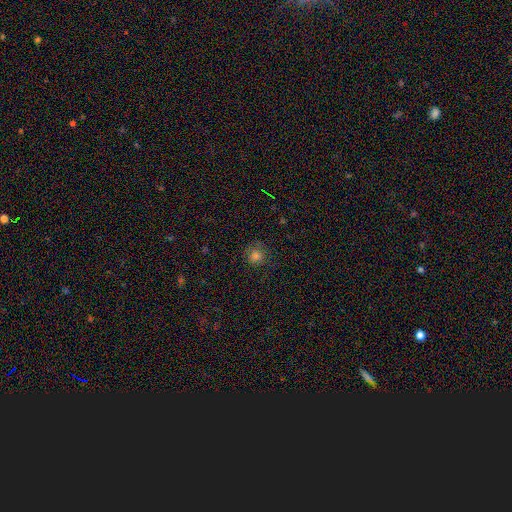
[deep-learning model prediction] Smooth or featured? smooth (75%)
How rounded? round (92%)
Merging? none (83%)